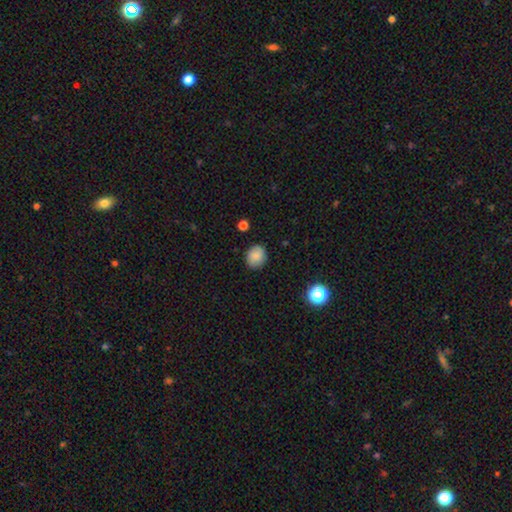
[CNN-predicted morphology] smooth-or-featured: smooth: 83% | star or artifact: 9% | featured or disk: 8%
  how-rounded: round: 69% | in between: 30% | cigar-shaped: 1%
  merging: none: 85% | minor disturbance: 11% | major disturbance: 2% | merger: 1%